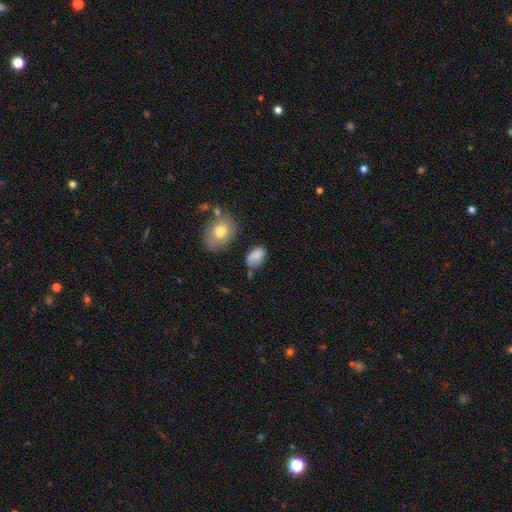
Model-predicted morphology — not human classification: This appears to be a smooth galaxy with no disk features (81%) that is in between round and cigar-shaped (90%). Merging: none (55%).